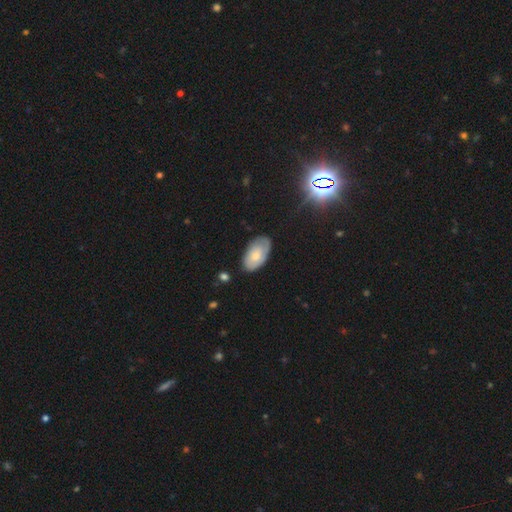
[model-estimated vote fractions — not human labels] Overall: smooth (64%; featured or disk 29%). How rounded: in between (94%). Merging: none (72%).